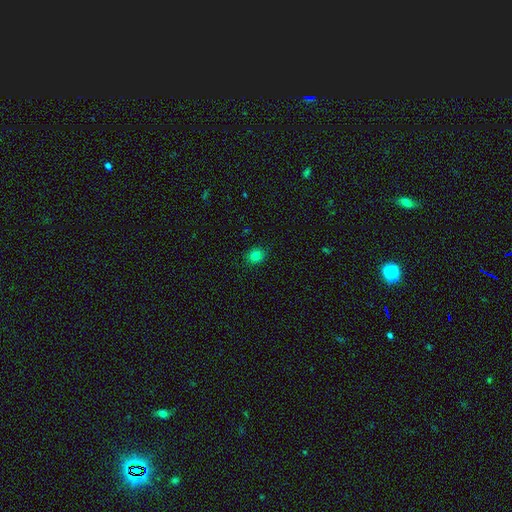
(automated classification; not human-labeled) smooth-or-featured: smooth: 81% | star or artifact: 14% | featured or disk: 5%
  how-rounded: round: 70% | in between: 29% | cigar-shaped: 1%
  merging: none: 87% | minor disturbance: 9% | major disturbance: 2% | merger: 1%